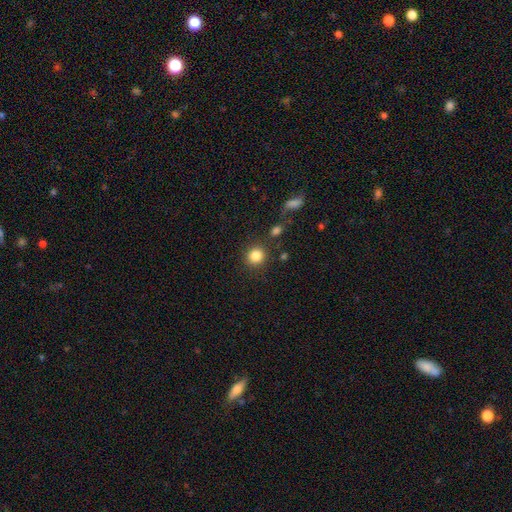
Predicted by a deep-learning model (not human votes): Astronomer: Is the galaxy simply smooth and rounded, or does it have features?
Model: smooth — 85%.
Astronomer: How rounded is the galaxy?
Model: round — 89%.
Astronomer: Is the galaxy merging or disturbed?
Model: none — 85%.